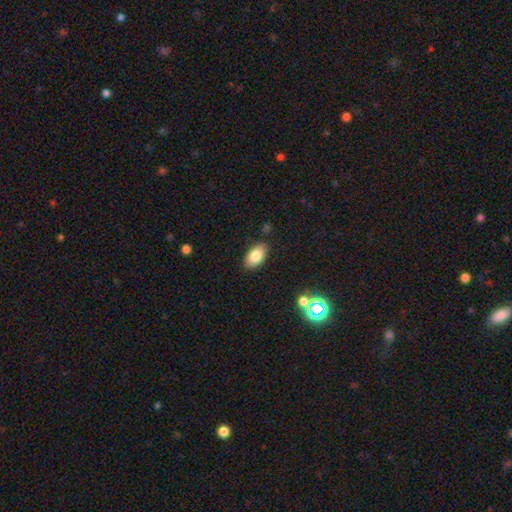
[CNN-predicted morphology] Smooth or featured? smooth (83%)
How rounded? in between (93%)
Merging? none (86%)